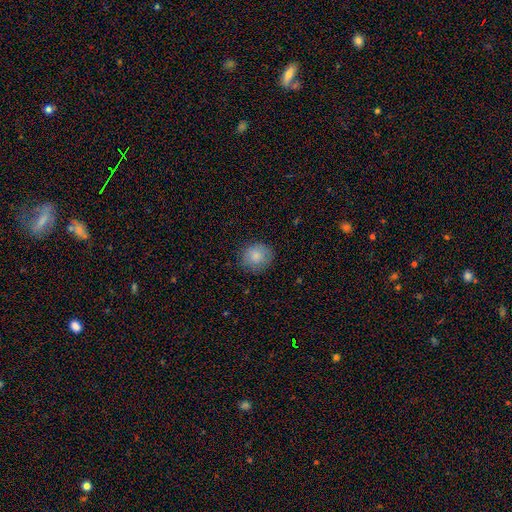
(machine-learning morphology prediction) This appears to be a smooth galaxy with no disk features (85%) that is round (84%). Merging: none (83%).